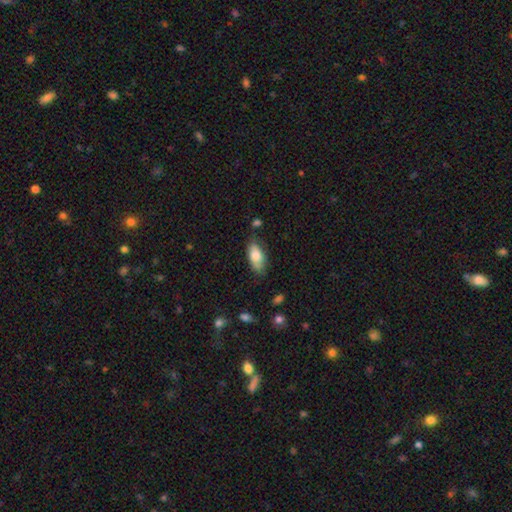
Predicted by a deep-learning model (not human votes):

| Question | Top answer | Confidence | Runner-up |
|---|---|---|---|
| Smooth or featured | smooth | 79% | featured or disk (15%) |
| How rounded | in between | 87% | cigar-shaped (10%) |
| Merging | none | 63% | minor disturbance (27%) |